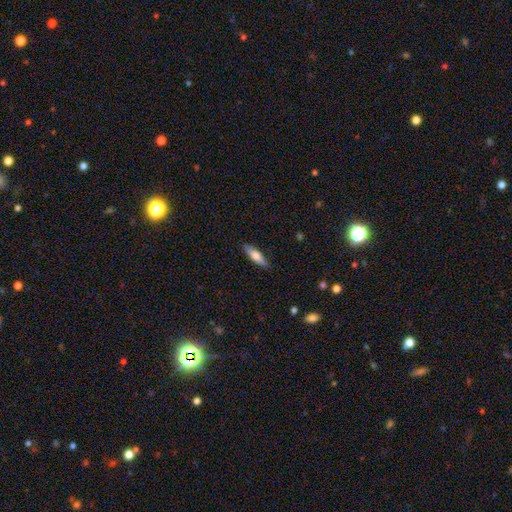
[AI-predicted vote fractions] Smooth or featured?
  - smooth: 71% *
  - featured or disk: 23%
  - star or artifact: 6%
How rounded?
  - cigar-shaped: 58% *
  - in between: 40%
  - round: 2%
Merging?
  - none: 87% *
  - minor disturbance: 10%
  - major disturbance: 2%
  - merger: 1%